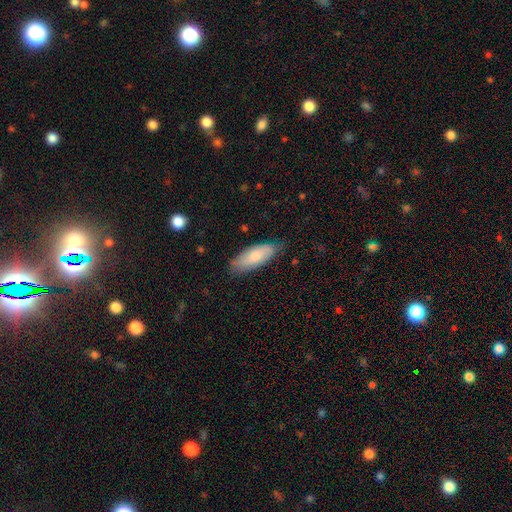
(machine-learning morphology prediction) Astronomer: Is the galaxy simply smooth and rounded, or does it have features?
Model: smooth — 78%.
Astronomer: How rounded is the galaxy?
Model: in between — 75%.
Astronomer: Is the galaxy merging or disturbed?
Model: none — 76%.